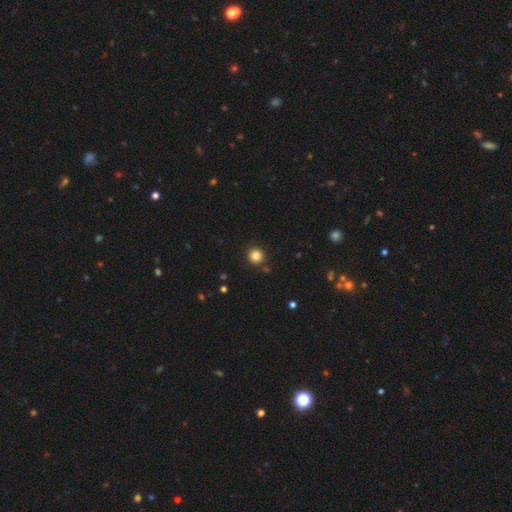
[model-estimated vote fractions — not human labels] A smooth galaxy with no disk features (84%) that is round (94%).

Vote fractions:
- Smooth or featured? smooth: 84% / star or artifact: 12% / featured or disk: 4%
- How rounded? round: 94% / in between: 5% / cigar-shaped: 1%
- Merging? none: 89% / minor disturbance: 6% / merger: 3% / major disturbance: 2%